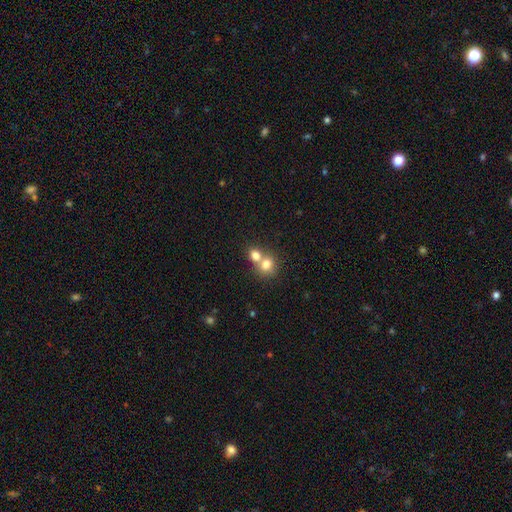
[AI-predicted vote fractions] This is likely a smooth galaxy (77%). How rounded: likely round (66%). Merging: likely merger (60%).